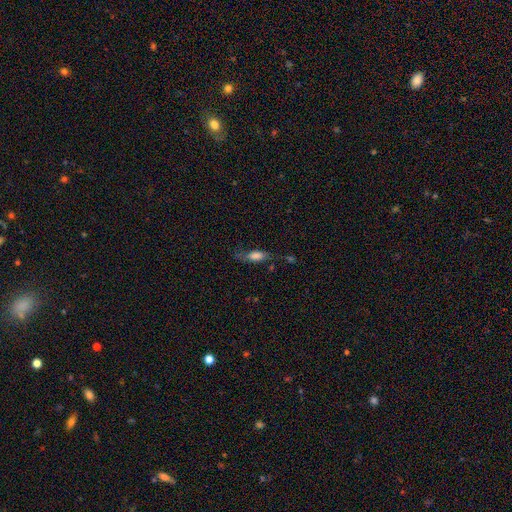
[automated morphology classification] Smooth or featured: smooth — 65% (featured or disk — 25%)
How rounded: in between — 68% (cigar-shaped — 28%)
Merging: none — 52% (minor disturbance — 27%)